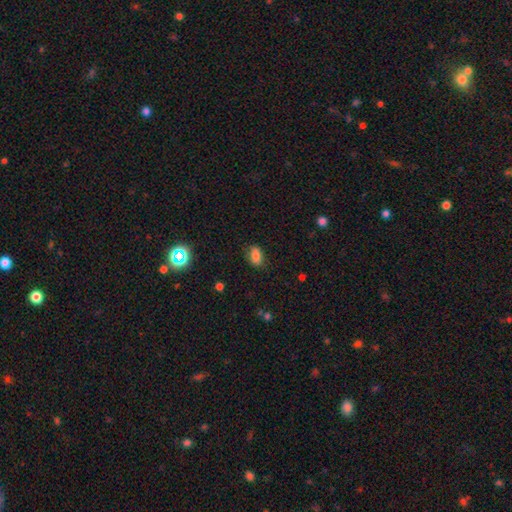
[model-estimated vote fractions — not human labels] Q: Smooth or featured?
A: smooth (82%); runner-up: star or artifact (11%)
Q: How rounded?
A: in between (86%); runner-up: round (11%)
Q: Merging?
A: none (81%); runner-up: minor disturbance (15%)